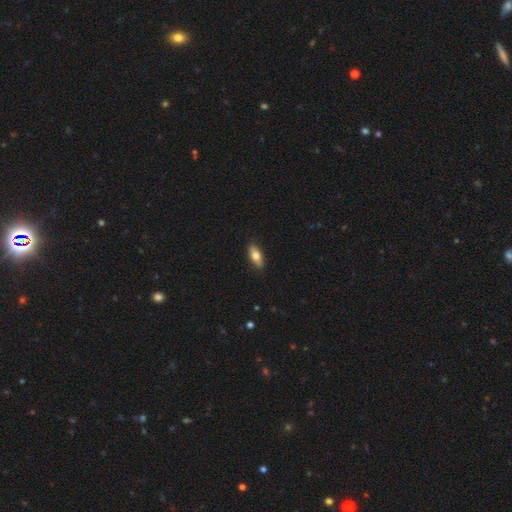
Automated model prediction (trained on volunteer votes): Smooth or featured: smooth — 72% (featured or disk — 22%)
How rounded: in between — 78% (cigar-shaped — 19%)
Merging: none — 89% (minor disturbance — 8%)